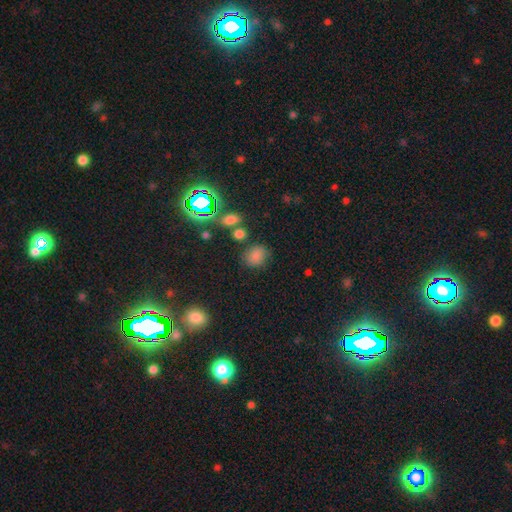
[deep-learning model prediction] Smooth or featured? Predicted: smooth (p=0.76). How rounded? Predicted: round (p=0.63). Merging? Predicted: none (p=0.71).